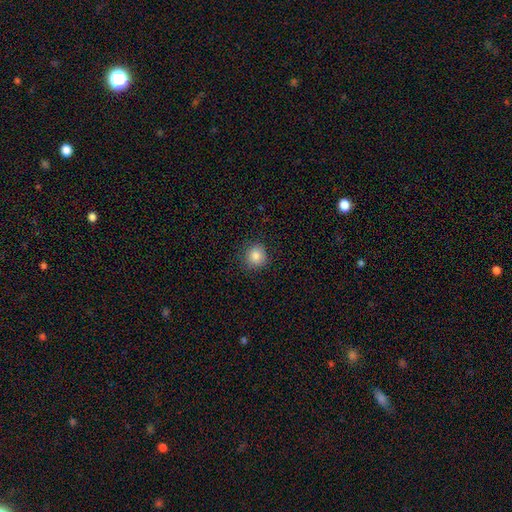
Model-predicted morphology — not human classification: Overall: smooth (85%). How rounded: round (90%). Merging: none (86%).